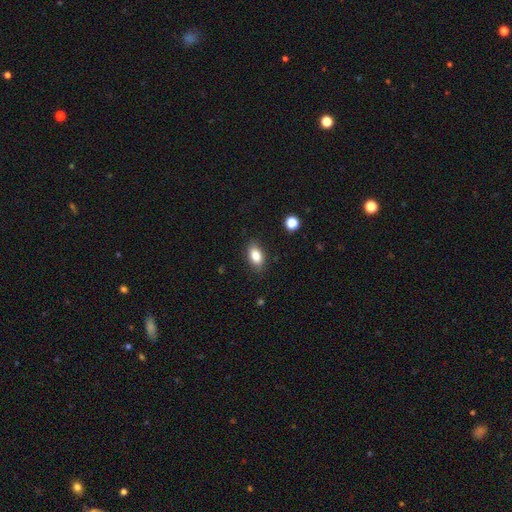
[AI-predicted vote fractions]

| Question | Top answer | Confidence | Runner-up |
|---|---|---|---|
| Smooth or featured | smooth | 85% | star or artifact (8%) |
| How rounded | in between | 89% | round (6%) |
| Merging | none | 86% | minor disturbance (10%) |